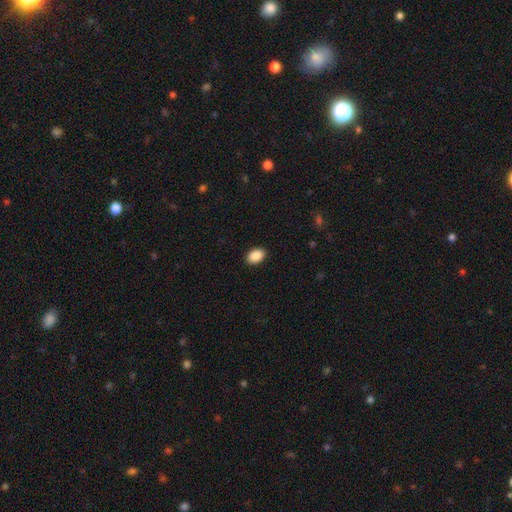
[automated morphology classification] Overall: smooth (90%). How rounded: in between (84%). Merging: none (91%).